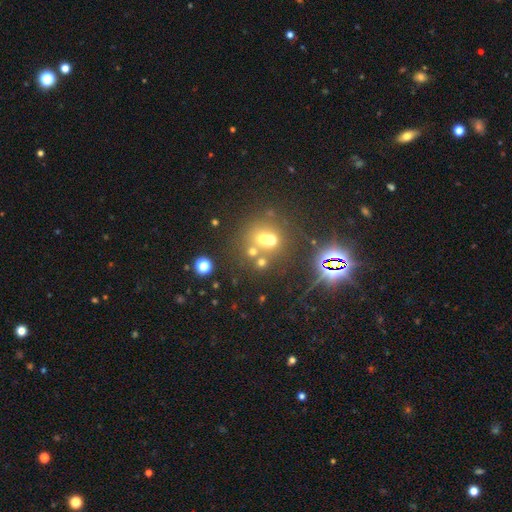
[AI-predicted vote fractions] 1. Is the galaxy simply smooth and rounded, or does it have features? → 45% star or artifact, 38% smooth, 17% featured or disk.